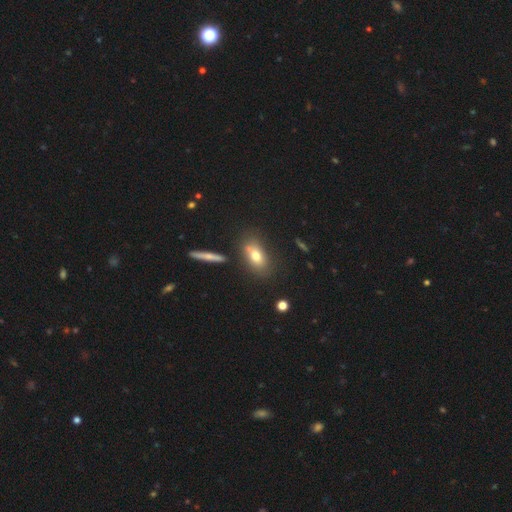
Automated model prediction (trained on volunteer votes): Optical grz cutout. It shows a smooth galaxy with no disk features (70%) that is in between round and cigar-shaped (78%). Merging: none (72%).